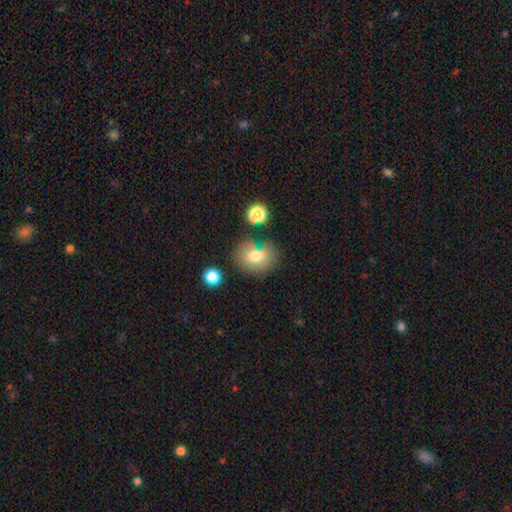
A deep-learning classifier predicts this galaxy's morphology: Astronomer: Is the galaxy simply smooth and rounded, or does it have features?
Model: smooth — 74%.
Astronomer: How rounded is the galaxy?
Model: round — 50% (runner-up: in between, 49%).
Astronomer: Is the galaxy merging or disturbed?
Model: none — 59%.